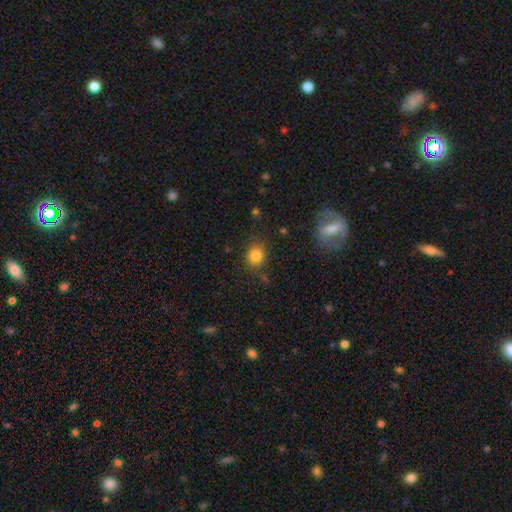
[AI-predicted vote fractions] Q: Smooth or featured?
A: smooth (83%); runner-up: star or artifact (11%)
Q: How rounded?
A: round (73%); runner-up: in between (26%)
Q: Merging?
A: none (81%); runner-up: minor disturbance (13%)